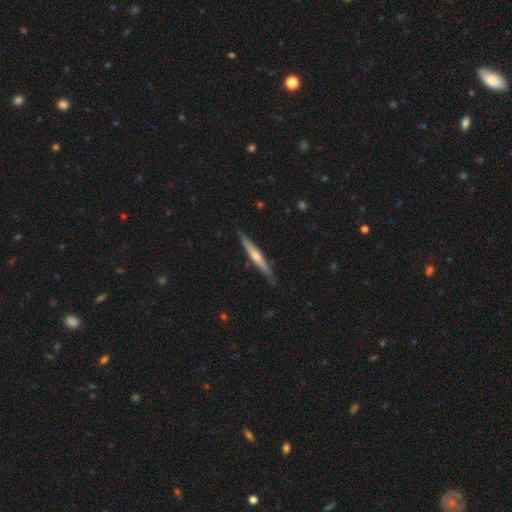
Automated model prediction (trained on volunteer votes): Morphology: type=featured or disk (68%); edge-on=yes (97%); edge-on bulge=rounded (79%); merging=none (88%).